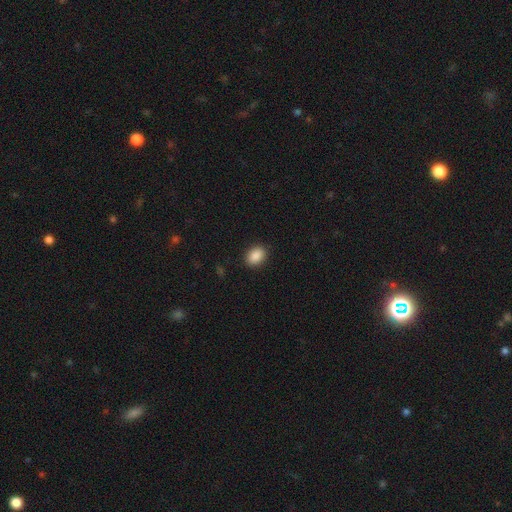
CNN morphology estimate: Smooth or featured: smooth — 89% (star or artifact — 8%)
How rounded: in between — 71% (round — 28%)
Merging: none — 90% (minor disturbance — 7%)